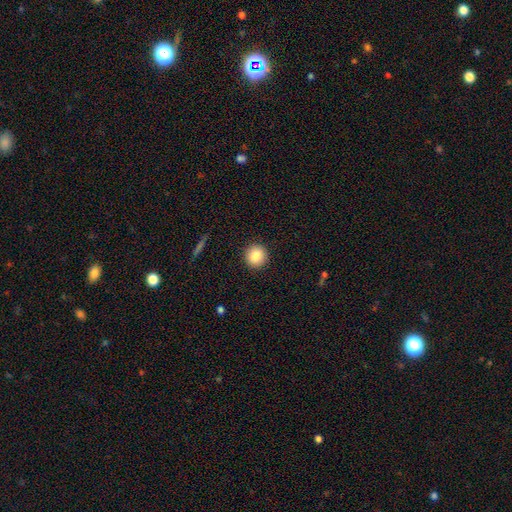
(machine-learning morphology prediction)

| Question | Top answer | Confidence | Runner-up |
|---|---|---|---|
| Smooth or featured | smooth | 86% | star or artifact (8%) |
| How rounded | round | 93% | in between (6%) |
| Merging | none | 92% | minor disturbance (5%) |